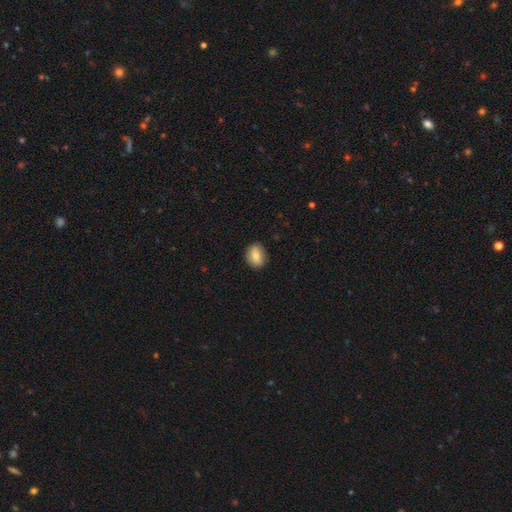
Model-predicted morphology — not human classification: Overall: smooth (78%). How rounded: in between (50%; round 49%). Merging: none (88%).